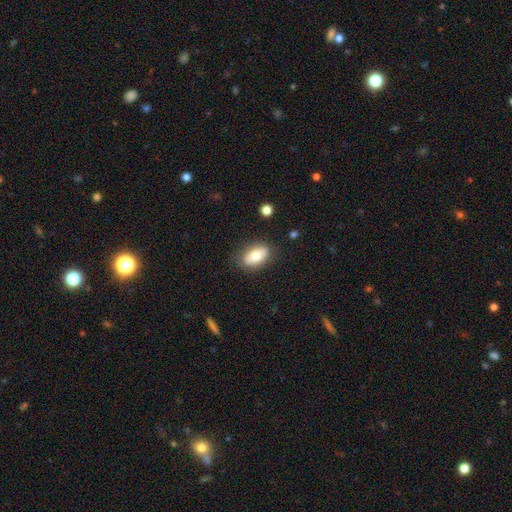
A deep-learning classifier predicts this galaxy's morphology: The model was most divided on "smooth or featured": smooth: 73%, featured or disk: 20%, star or artifact: 7%. More confident: how rounded — in between (90%); merging — none (82%).